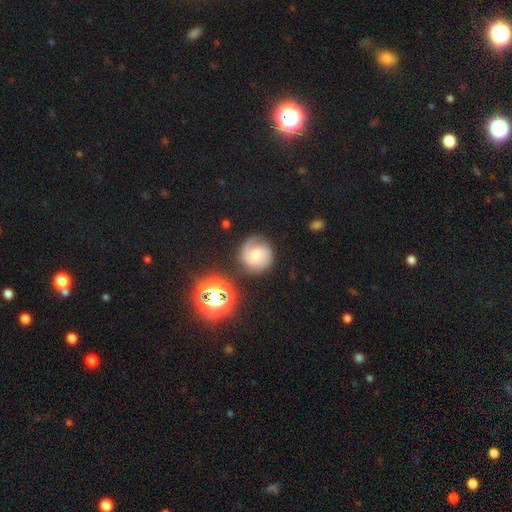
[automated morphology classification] Smooth or featured? featured or disk (66%)
Edge-on disk? no (98%)
Bar? no (58%)
Spiral arms? yes (94%)
Spiral winding? tight (43%)
Spiral arm count? 2 (56%)
Bulge size? moderate (40%)
Merging? none (69%)